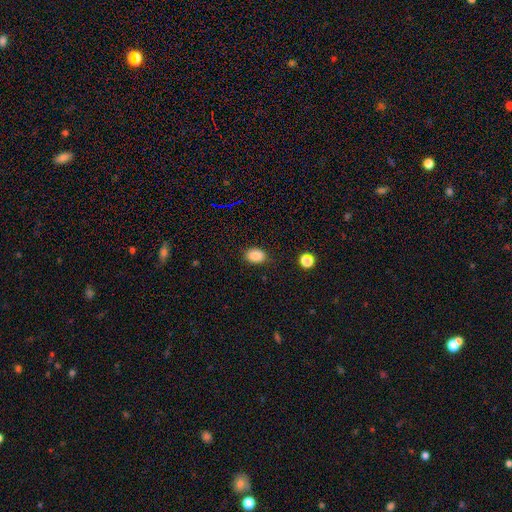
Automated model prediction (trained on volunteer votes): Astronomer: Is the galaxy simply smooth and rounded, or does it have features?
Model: smooth — 85%.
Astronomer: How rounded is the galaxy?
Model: in between — 73%.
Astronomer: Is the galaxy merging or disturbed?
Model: none — 81%.